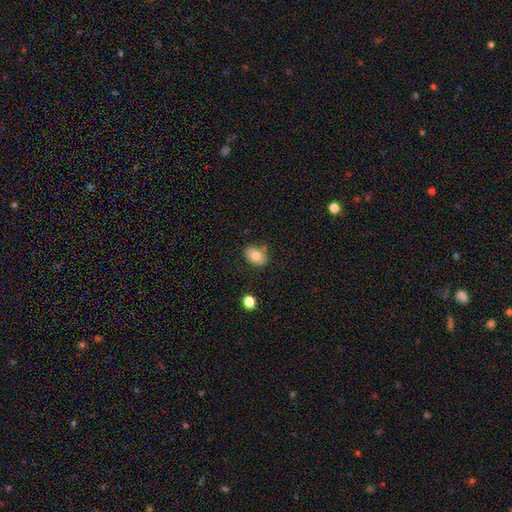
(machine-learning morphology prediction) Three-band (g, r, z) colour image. It shows a smooth galaxy with no disk features (79%) that is in between round and cigar-shaped (75%). Merging: none (75%).